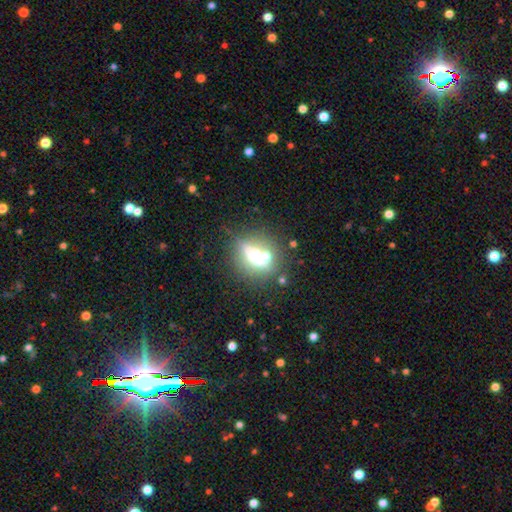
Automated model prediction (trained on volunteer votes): Smooth or featured? smooth (46%)
Merging? none (54%)